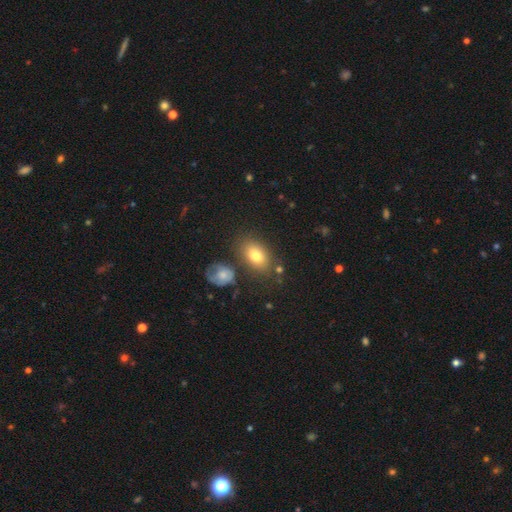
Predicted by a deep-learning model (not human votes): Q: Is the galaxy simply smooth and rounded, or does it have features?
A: smooth — 78%.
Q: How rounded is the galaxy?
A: in between — 86%.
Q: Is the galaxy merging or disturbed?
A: none — 73%.